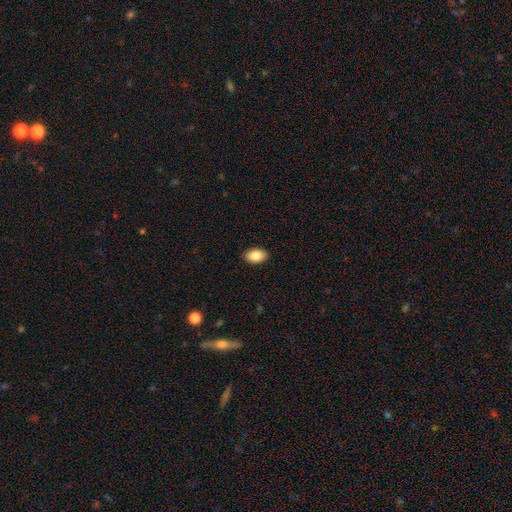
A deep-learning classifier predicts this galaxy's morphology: A smooth galaxy with no disk features (87%) that is in between round and cigar-shaped (91%). Merging: none (90%).